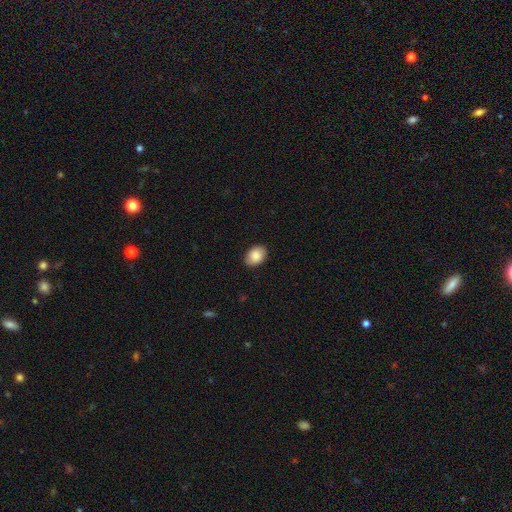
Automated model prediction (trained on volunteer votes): Smooth or featured? smooth (88%)
How rounded? in between (83%)
Merging? none (88%)